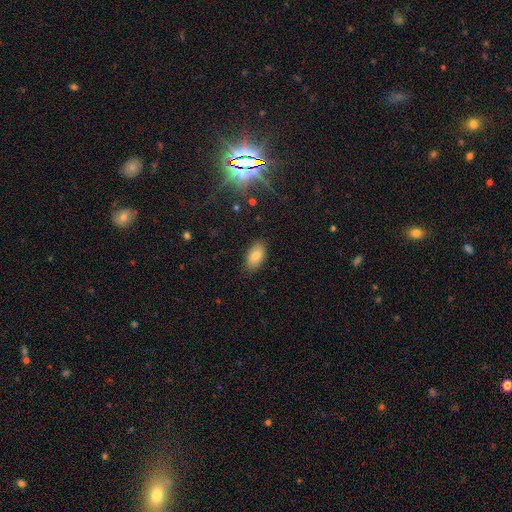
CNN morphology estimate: This appears to be a smooth galaxy with no disk features (82%) that is in between round and cigar-shaped (93%). Merging: none (85%).